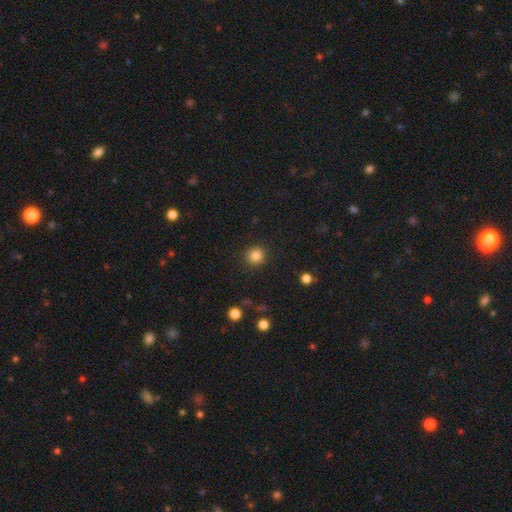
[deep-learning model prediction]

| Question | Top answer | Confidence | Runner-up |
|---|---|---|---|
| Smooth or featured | smooth | 84% | star or artifact (12%) |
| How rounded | round | 93% | in between (6%) |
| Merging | none | 91% | minor disturbance (6%) |